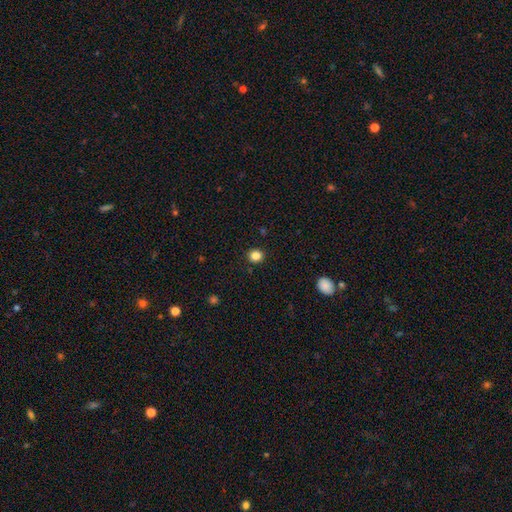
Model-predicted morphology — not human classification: type=smooth (84%); roundness=round (88%); merging=none (92%).